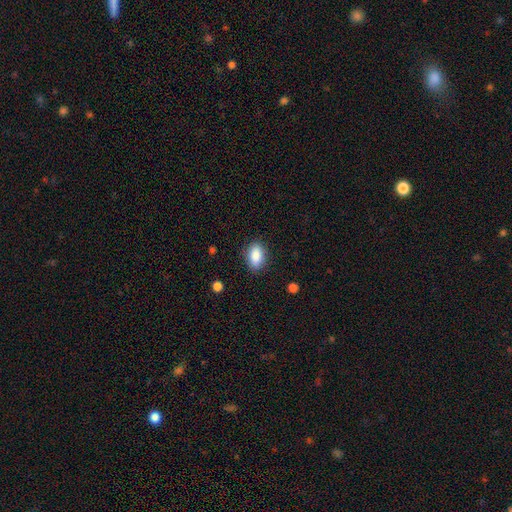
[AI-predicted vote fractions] smooth_or_featured: smooth (p=0.88) [alt: star or artifact p=0.07]
how_rounded: in between (p=0.89) [alt: round p=0.08]
merging: none (p=0.86) [alt: minor disturbance p=0.10]